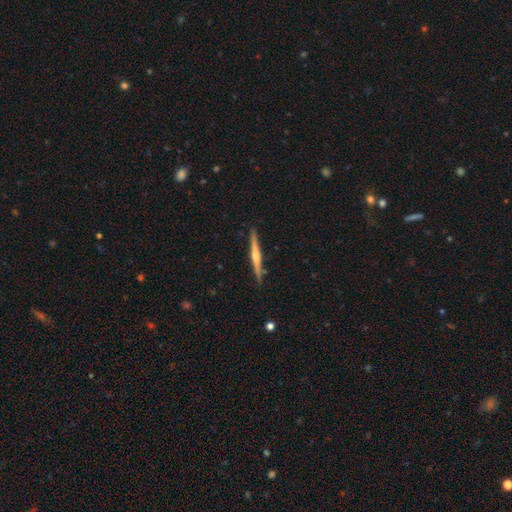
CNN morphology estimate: featured or disk 72%, smooth 22%, star or artifact 5%. Down the decision tree: edge-on disk — yes (98%); edge-on bulge — rounded (75%); merging — none (89%).